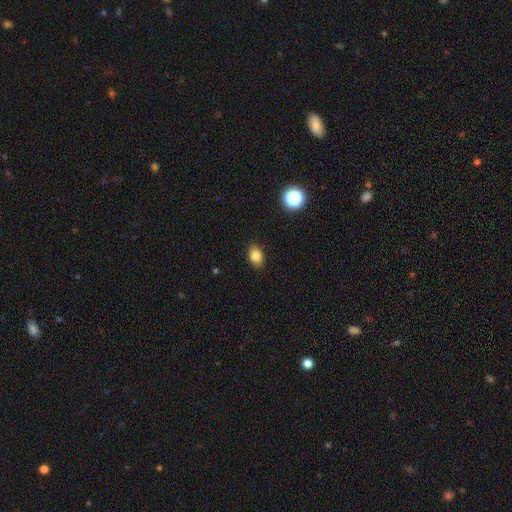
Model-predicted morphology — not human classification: Smooth or featured? Predicted: smooth (p=0.83). How rounded? Predicted: in between (p=0.78). Merging? Predicted: none (p=0.87).